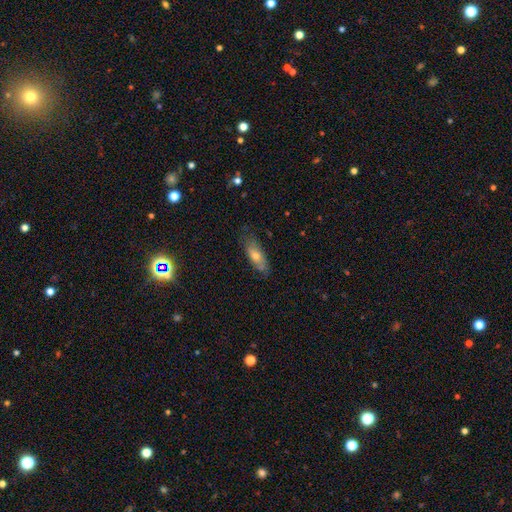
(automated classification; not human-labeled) A smooth galaxy with no disk features (67%) that is in between round and cigar-shaped (69%). Merging: none (69%).